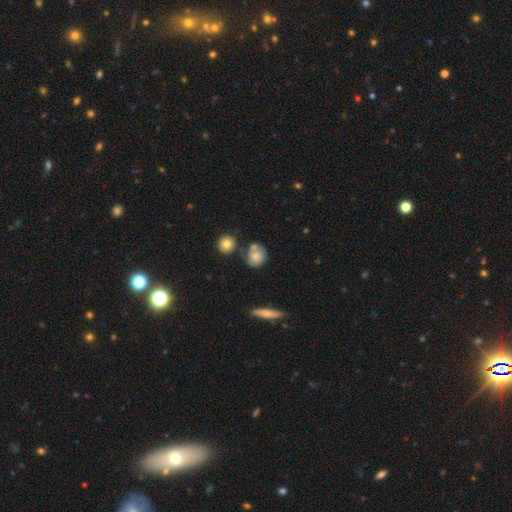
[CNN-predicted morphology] Smooth or featured: smooth — 65% (featured or disk — 27%)
How rounded: round — 69% (in between — 29%)
Merging: none — 49% (minor disturbance — 22%)